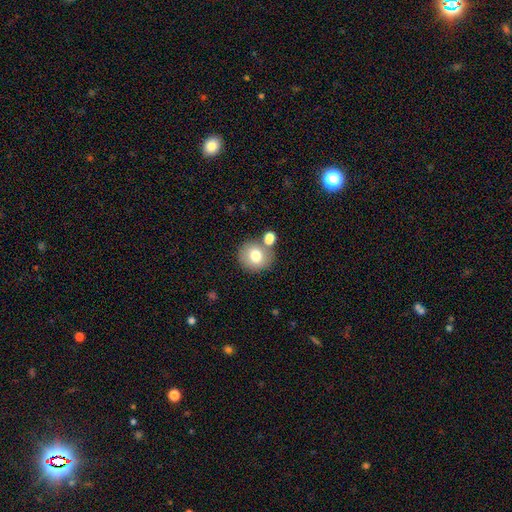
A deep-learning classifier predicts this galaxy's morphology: This is likely a smooth galaxy (76%). How rounded: clearly round (84%). Merging: likely none (67%).